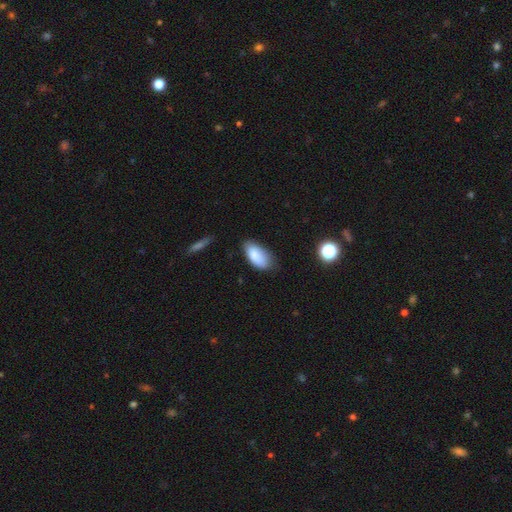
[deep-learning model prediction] smooth 85%, star or artifact 8%, featured or disk 7%. Down the decision tree: how rounded — in between (93%); merging — none (67%).